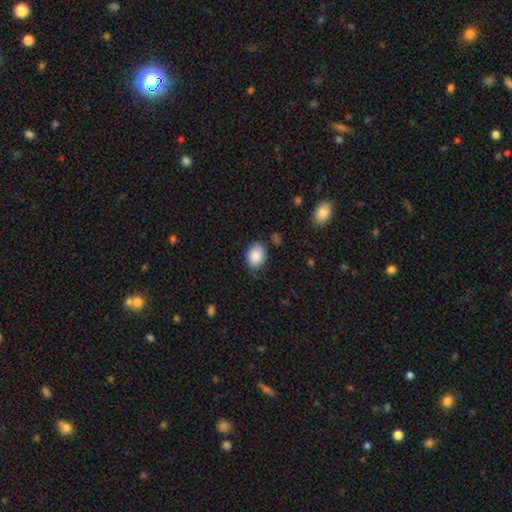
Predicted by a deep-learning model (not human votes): Overall: smooth (89%). How rounded: in between (67%; round 32%). Merging: none (80%).